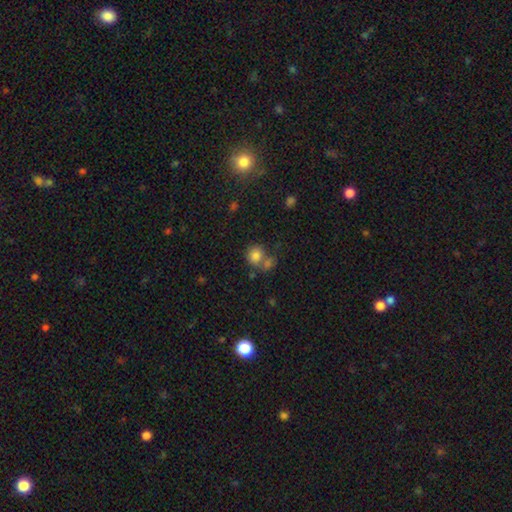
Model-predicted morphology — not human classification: Q: Smooth or featured?
A: smooth (81%); runner-up: star or artifact (11%)
Q: How rounded?
A: round (79%); runner-up: in between (20%)
Q: Merging?
A: none (47%); runner-up: merger (37%)